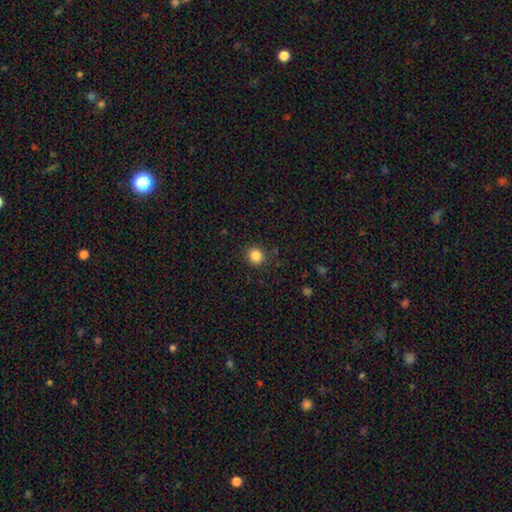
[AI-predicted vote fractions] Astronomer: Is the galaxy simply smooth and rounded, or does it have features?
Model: smooth — 85%.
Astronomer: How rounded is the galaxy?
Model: round — 88%.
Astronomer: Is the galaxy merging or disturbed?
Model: none — 89%.